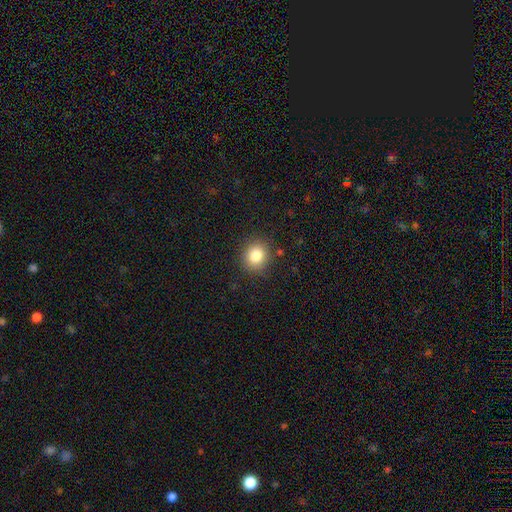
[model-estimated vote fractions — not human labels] Morphology: type=smooth (82%); roundness=round (81%); merging=none (88%).